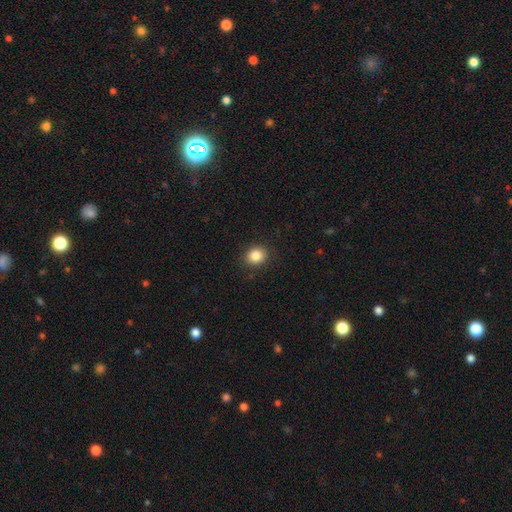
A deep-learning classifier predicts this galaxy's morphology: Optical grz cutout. It shows a smooth galaxy with no disk features (86%) that is round (67%). Merging: none (89%).